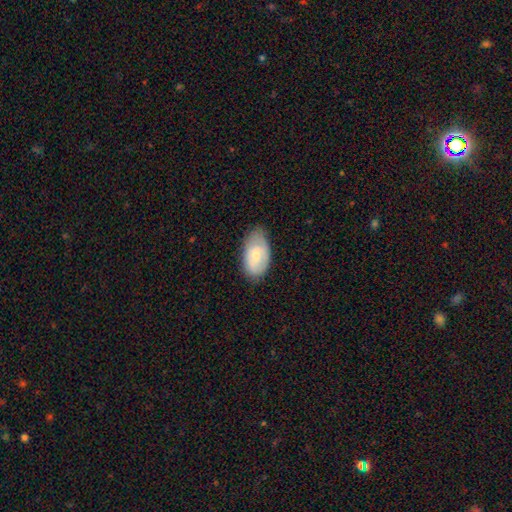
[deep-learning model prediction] smooth-or-featured: smooth: 64% | featured or disk: 30% | star or artifact: 6%
  how-rounded: in between: 94% | round: 5% | cigar-shaped: 2%
  merging: none: 64% | minor disturbance: 28% | major disturbance: 6% | merger: 1%